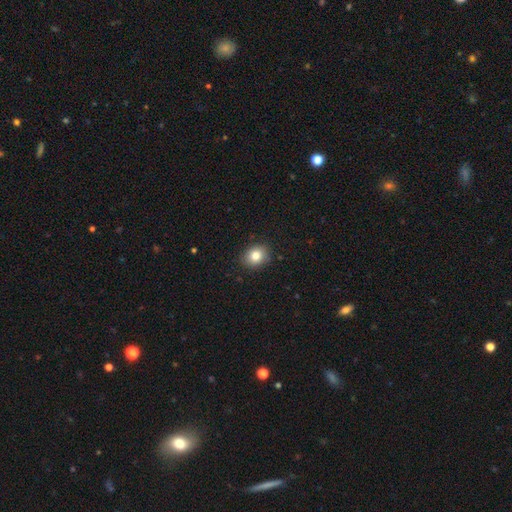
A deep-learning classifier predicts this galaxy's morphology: A smooth galaxy with no disk features (82%) that is round (62%). Merging: none (87%).